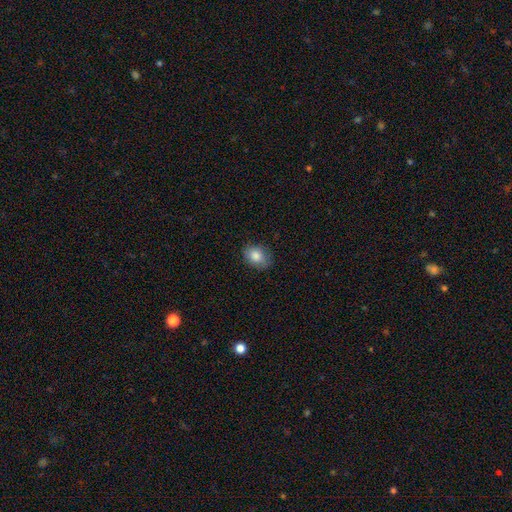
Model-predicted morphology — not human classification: Smooth or featured: smooth — 84% (featured or disk — 8%)
How rounded: in between — 68% (round — 31%)
Merging: none — 79% (minor disturbance — 16%)